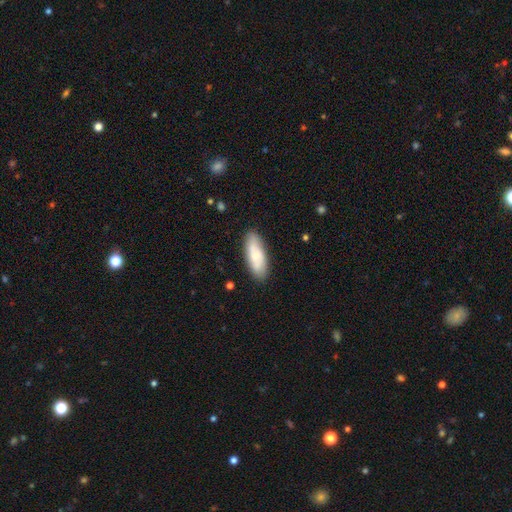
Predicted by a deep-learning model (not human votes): Overall: smooth (71%). How rounded: in between (67%; cigar-shaped 31%). Merging: none (84%).